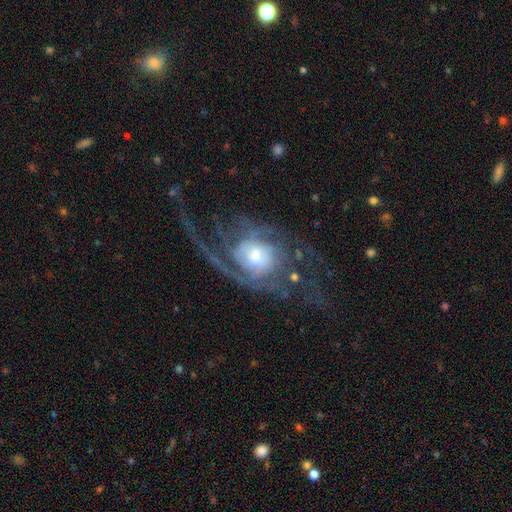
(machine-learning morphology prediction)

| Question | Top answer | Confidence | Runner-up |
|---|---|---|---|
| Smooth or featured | featured or disk | 84% | smooth (9%) |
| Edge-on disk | no | 97% | yes (3%) |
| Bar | no | 57% | weak (34%) |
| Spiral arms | yes | 94% | no (6%) |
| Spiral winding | medium | 41% | loose (32%) |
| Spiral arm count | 2 | 33% | can't tell (22%) |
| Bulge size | moderate | 49% | small (29%) |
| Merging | none | 47% | major disturbance (37%) |